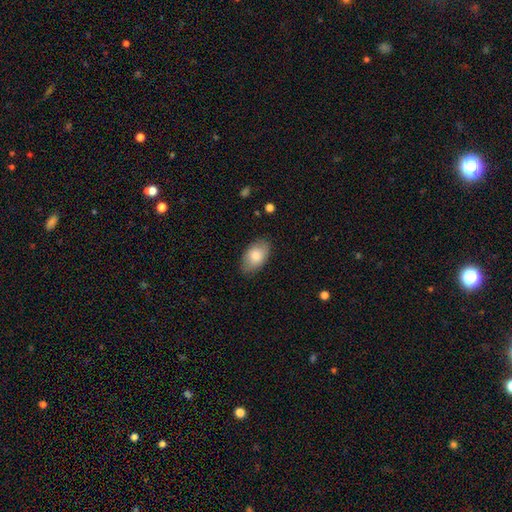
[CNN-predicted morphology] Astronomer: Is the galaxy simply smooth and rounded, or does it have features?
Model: smooth — 81%.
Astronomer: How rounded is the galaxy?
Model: in between — 93%.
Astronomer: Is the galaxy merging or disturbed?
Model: none — 84%.